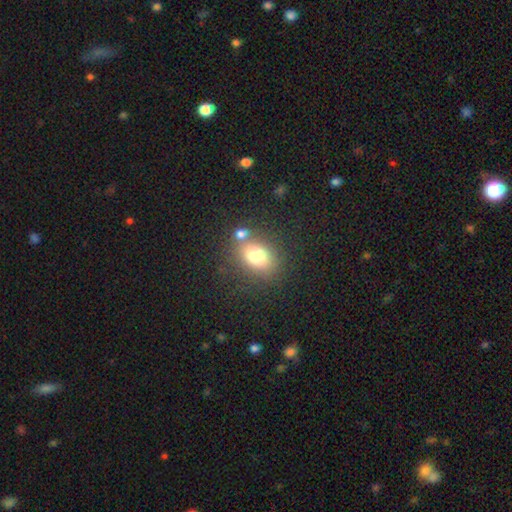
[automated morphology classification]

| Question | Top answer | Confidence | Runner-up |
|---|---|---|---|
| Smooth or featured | smooth | 75% | featured or disk (13%) |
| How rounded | in between | 61% | round (37%) |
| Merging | none | 63% | merger (20%) |